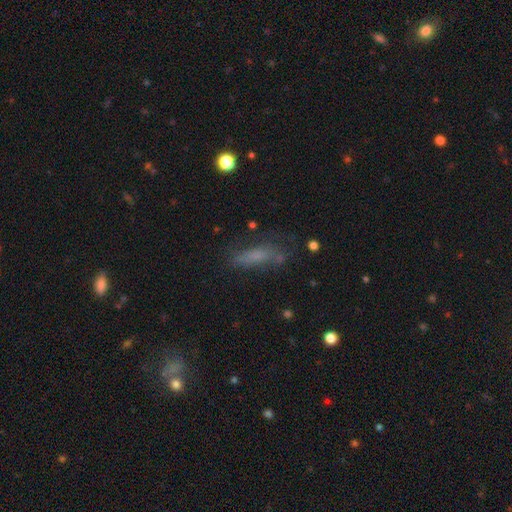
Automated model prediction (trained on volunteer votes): smooth 59%, featured or disk 24%, star or artifact 17%. Down the decision tree: how rounded — cigar-shaped (55%); merging — none (58%).